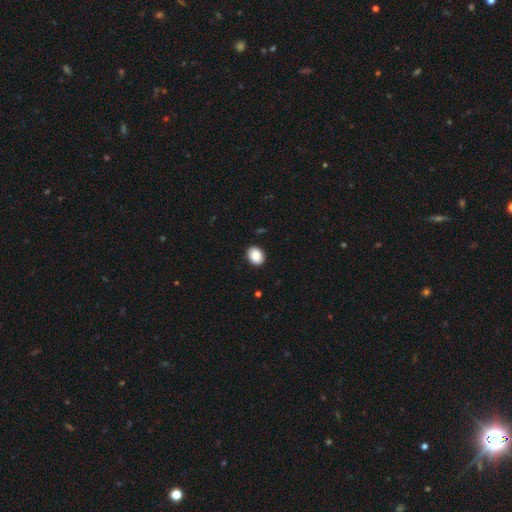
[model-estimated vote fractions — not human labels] A smooth galaxy with no disk features (88%) that is in between round and cigar-shaped (56%).

Vote fractions:
- Smooth or featured? smooth: 88% / star or artifact: 7% / featured or disk: 4%
- How rounded? in between: 56% / round: 43% / cigar-shaped: 1%
- Merging? none: 90% / minor disturbance: 7% / major disturbance: 2% / merger: 1%